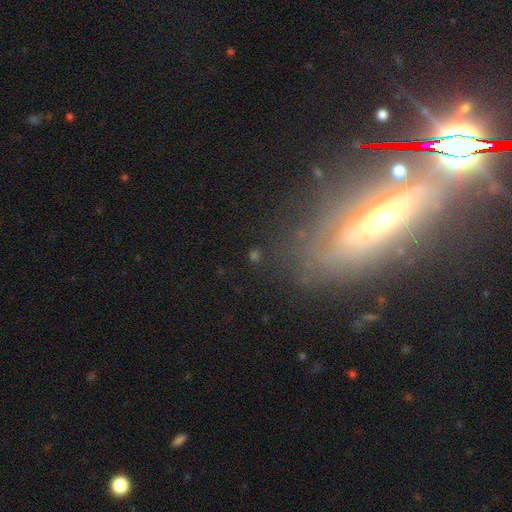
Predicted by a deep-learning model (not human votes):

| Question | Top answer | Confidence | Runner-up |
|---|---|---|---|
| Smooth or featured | smooth | 36% | featured or disk (33%) |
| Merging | none | 68% | minor disturbance (16%) |